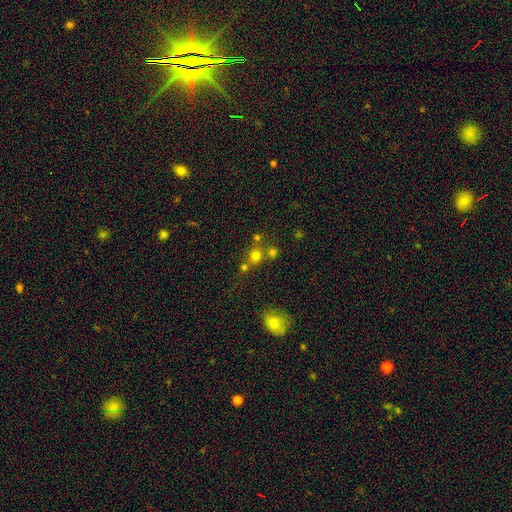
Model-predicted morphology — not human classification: Overall: smooth (69%). How rounded: round (86%). Merging: none (61%; merger 28%).